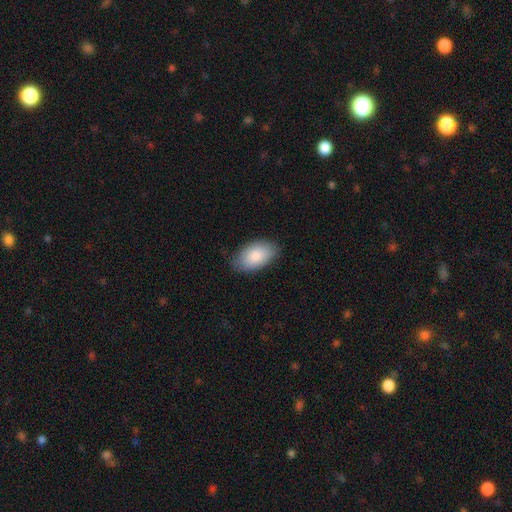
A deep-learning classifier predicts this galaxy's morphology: This is clearly a smooth galaxy (86%). How rounded: clearly in between (95%). Merging: likely none (79%).